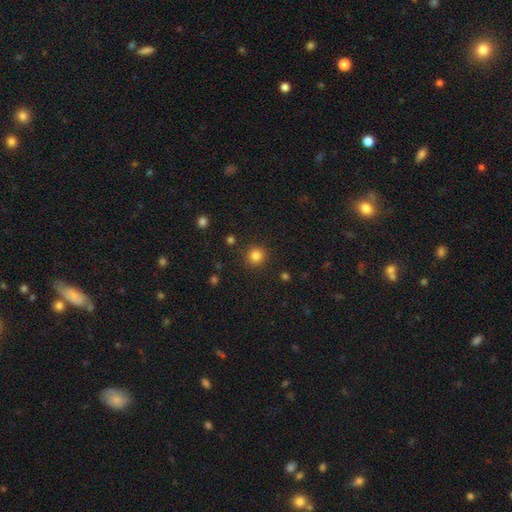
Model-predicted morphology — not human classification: The model was most divided on "smooth or featured": smooth: 83%, star or artifact: 13%, featured or disk: 4%. More confident: how rounded — round (94%); merging — none (90%).